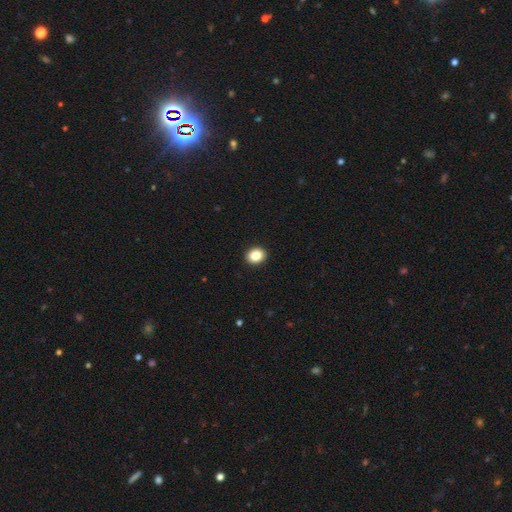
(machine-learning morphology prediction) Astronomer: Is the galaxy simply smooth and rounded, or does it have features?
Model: smooth — 87%.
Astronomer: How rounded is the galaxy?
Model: round — 57% (runner-up: in between, 42%).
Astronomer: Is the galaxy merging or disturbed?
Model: none — 92%.